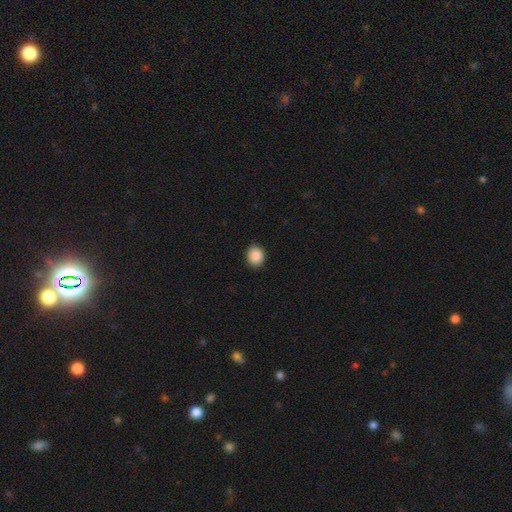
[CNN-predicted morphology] smooth_or_featured: smooth (p=0.89) [alt: star or artifact p=0.08]
how_rounded: round (p=0.76) [alt: in between p=0.23]
merging: none (p=0.91) [alt: minor disturbance p=0.07]